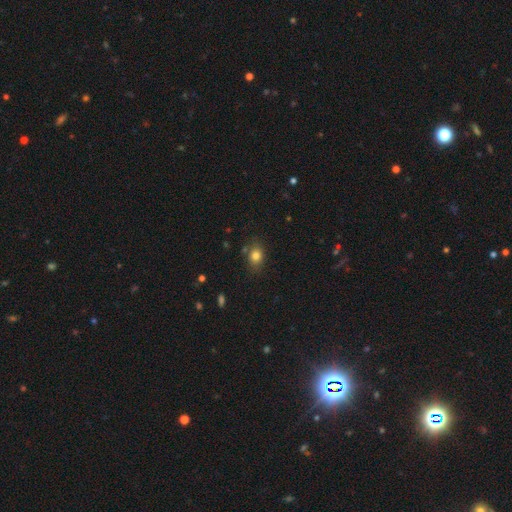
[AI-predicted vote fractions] Morphology: type=smooth (80%); roundness=in between (57%); merging=none (78%).